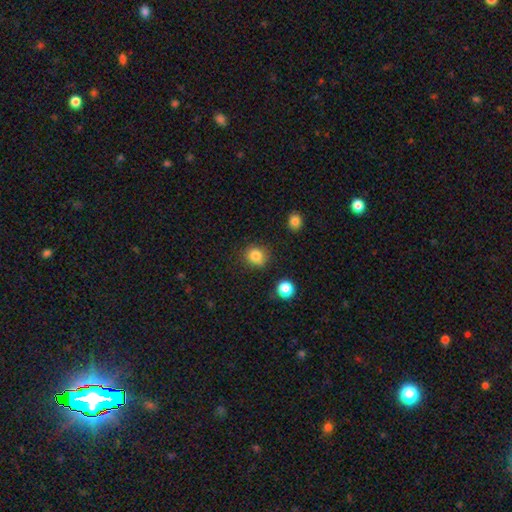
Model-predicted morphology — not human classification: The model was most divided on "how rounded": round: 84%, in between: 15%, cigar-shaped: 1%. More confident: smooth or featured — smooth (83%); merging — none (81%).